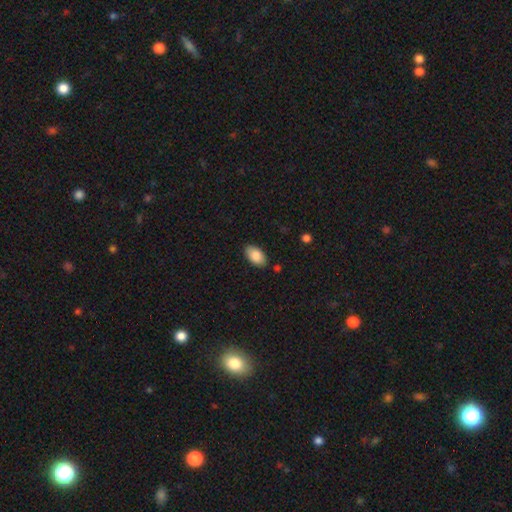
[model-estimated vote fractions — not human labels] Overall: smooth (87%). How rounded: in between (94%). Merging: none (84%).